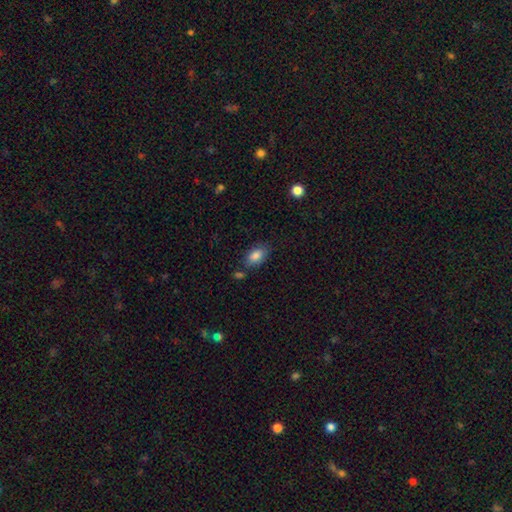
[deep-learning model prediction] A smooth galaxy with no disk features (84%) that is in between round and cigar-shaped (90%). Merging: none (72%).